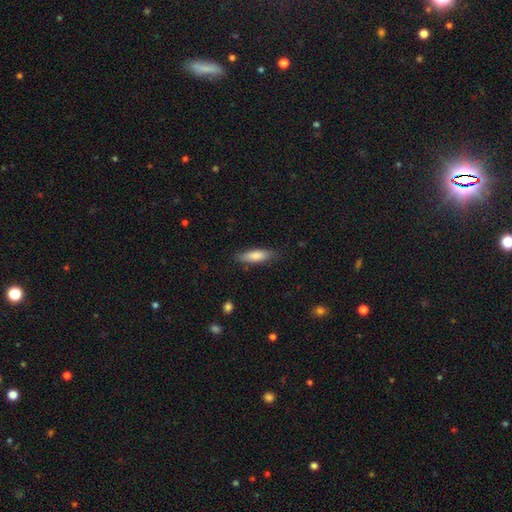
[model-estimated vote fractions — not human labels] Morphology: type=smooth (80%); roundness=cigar-shaped (51%); merging=none (80%).